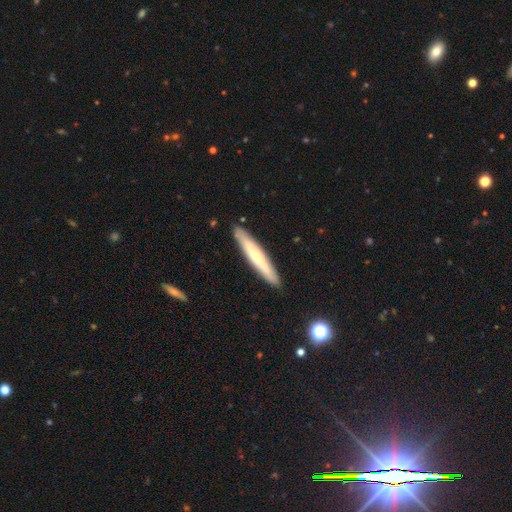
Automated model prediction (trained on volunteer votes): Smooth or featured? Predicted: smooth (p=0.51). How rounded? Predicted: cigar-shaped (p=0.94). Merging? Predicted: none (p=0.91).